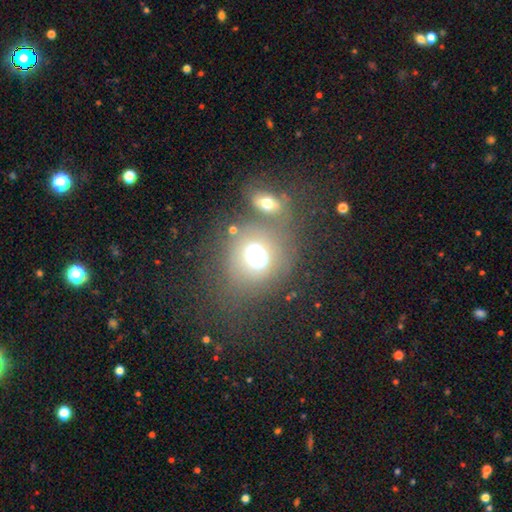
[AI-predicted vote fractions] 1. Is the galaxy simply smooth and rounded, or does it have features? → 66% smooth, 19% featured or disk, 15% star or artifact.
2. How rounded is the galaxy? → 65% round, 34% in between, 1% cigar-shaped.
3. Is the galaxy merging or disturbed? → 45% none, 33% merger, 12% minor disturbance, 9% major disturbance.